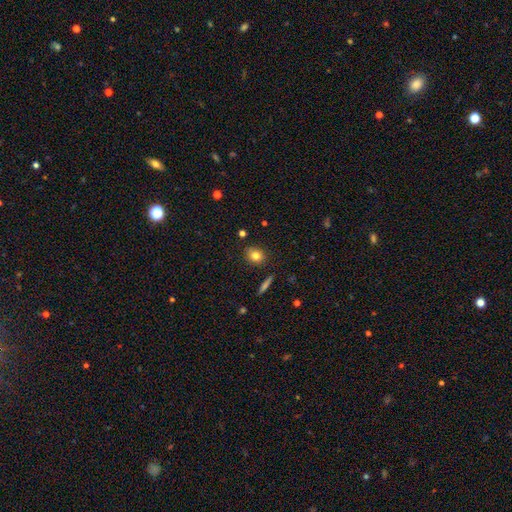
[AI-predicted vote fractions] smooth 79%, star or artifact 11%, featured or disk 10%. Down the decision tree: how rounded — round (58%); merging — none (86%).